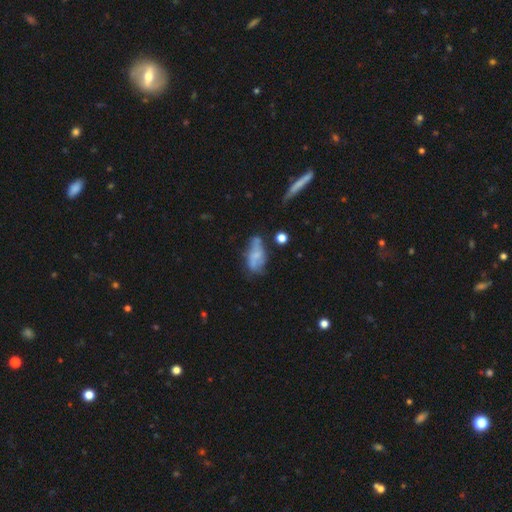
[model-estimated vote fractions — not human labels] Smooth or featured? smooth (50%)
Merging? none (38%)